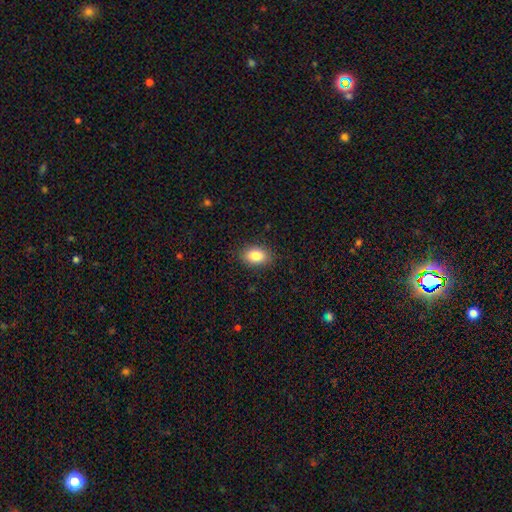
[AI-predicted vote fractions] smooth 85%, star or artifact 8%, featured or disk 7%. Down the decision tree: how rounded — in between (88%); merging — none (87%).